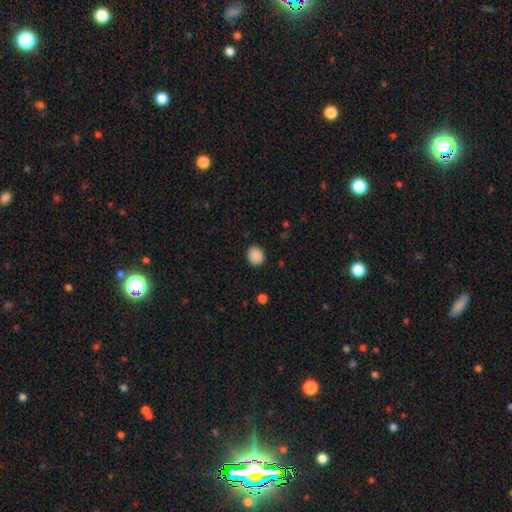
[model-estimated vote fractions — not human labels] Smooth or featured: smooth — 88% (star or artifact — 9%)
How rounded: round — 70% (in between — 29%)
Merging: none — 88% (minor disturbance — 9%)